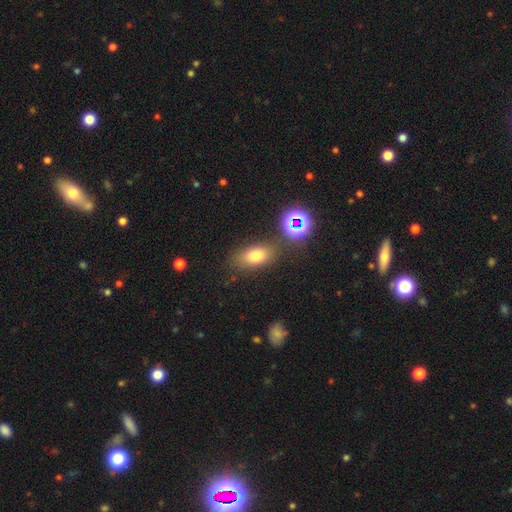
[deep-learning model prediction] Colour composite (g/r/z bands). It shows a smooth galaxy with no disk features (73%) that is in between round and cigar-shaped (80%). Merging: none (75%).